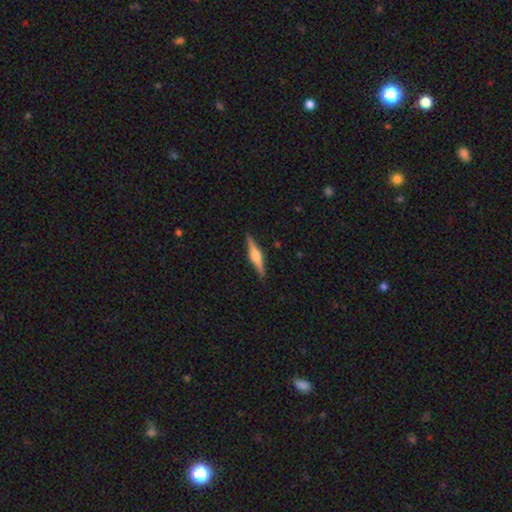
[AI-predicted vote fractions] smooth-or-featured: featured or disk: 75% | smooth: 20% | star or artifact: 5%
  disk-edge-on: yes: 98% | no: 2%
    edge-on-bulge: rounded: 91% | boxy: 6% | none: 2%
  merging: none: 91% | minor disturbance: 7% | major disturbance: 1% | merger: 1%